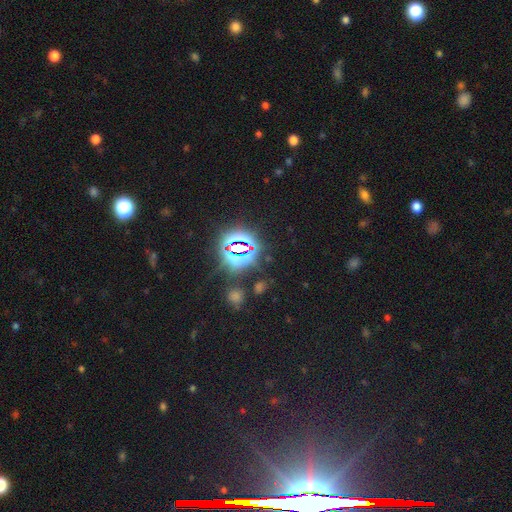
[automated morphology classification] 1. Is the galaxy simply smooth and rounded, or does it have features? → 80% star or artifact, 13% smooth, 7% featured or disk.